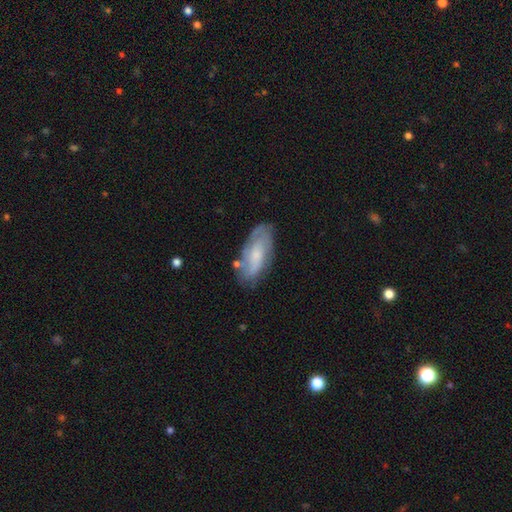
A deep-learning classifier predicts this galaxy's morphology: The model was most divided on "smooth or featured": featured or disk: 57%, smooth: 37%, star or artifact: 7%. More confident: edge-on disk — no (89%); spiral arms — yes (79%); merging — none (70%); bar — no (63%); bulge size — small (55%).